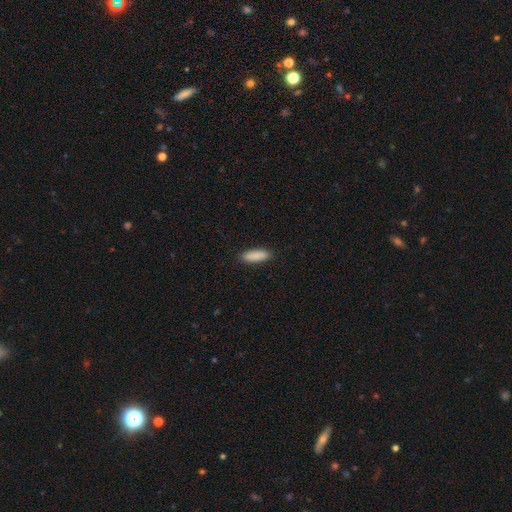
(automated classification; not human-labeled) Smooth or featured? smooth (89%)
How rounded? in between (56%)
Merging? none (90%)